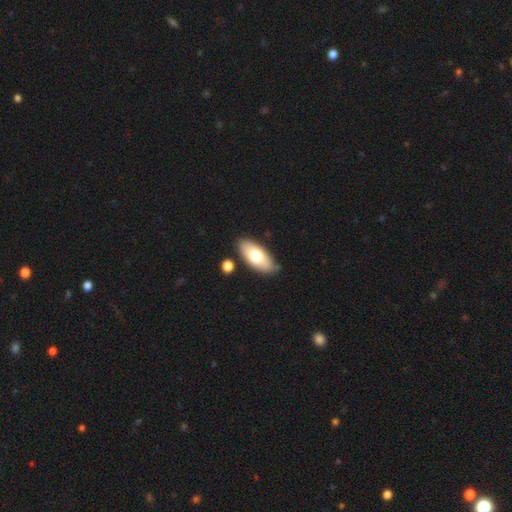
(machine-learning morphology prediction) This is likely a smooth galaxy (70%). How rounded: clearly in between (89%). Merging: likely none (80%).